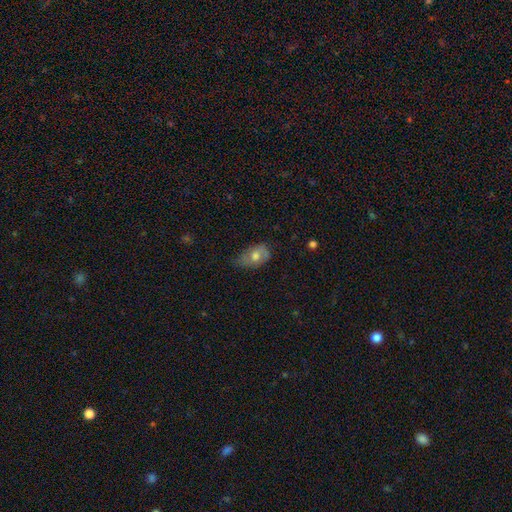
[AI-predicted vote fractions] Smooth or featured: smooth — 62% (featured or disk — 29%)
How rounded: in between — 87% (round — 11%)
Merging: none — 48% (minor disturbance — 38%)